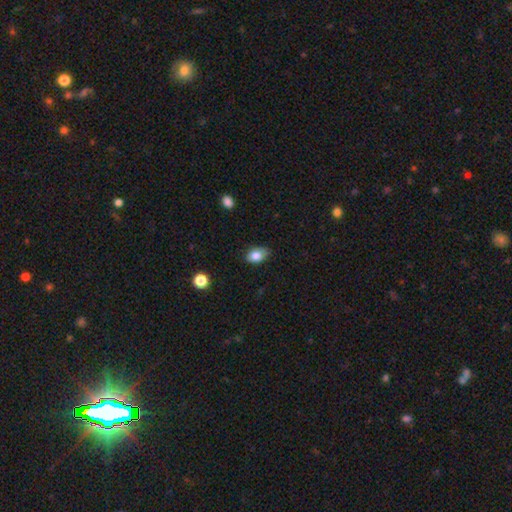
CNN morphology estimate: Smooth or featured?
  - smooth: 82% *
  - featured or disk: 10%
  - star or artifact: 8%
How rounded?
  - in between: 85% *
  - round: 13%
  - cigar-shaped: 1%
Merging?
  - none: 76% *
  - minor disturbance: 19%
  - major disturbance: 3%
  - merger: 1%